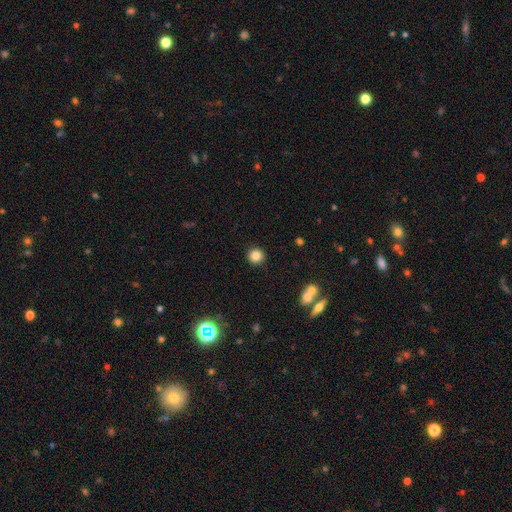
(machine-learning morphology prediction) Smooth or featured? Predicted: smooth (p=0.84). How rounded? Predicted: round (p=0.94). Merging? Predicted: none (p=0.92).